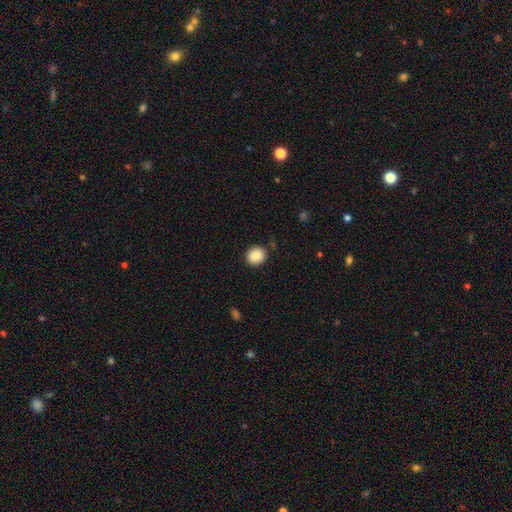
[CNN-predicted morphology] type=smooth (87%); roundness=round (82%); merging=none (86%).